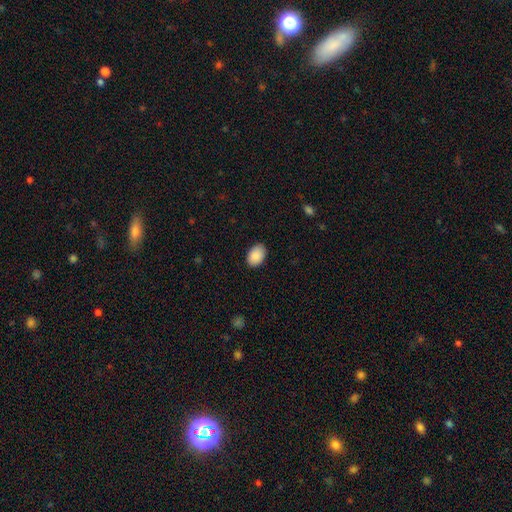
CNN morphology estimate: Smooth or featured: smooth — 90% (star or artifact — 7%)
How rounded: in between — 84% (round — 15%)
Merging: none — 88% (minor disturbance — 10%)